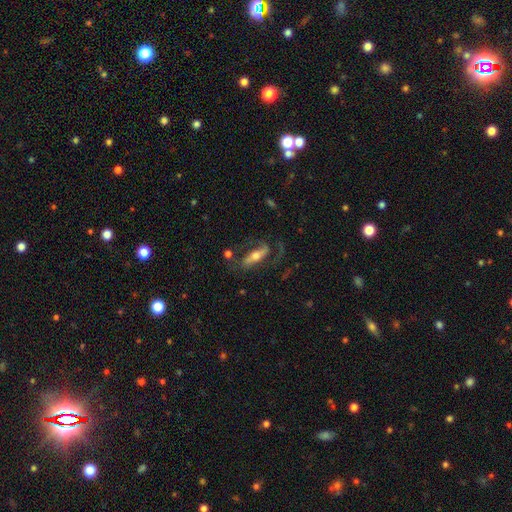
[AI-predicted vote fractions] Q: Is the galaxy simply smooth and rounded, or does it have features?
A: featured or disk — 68%.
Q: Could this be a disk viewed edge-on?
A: no — 70%.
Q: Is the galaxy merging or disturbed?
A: none — 54%.